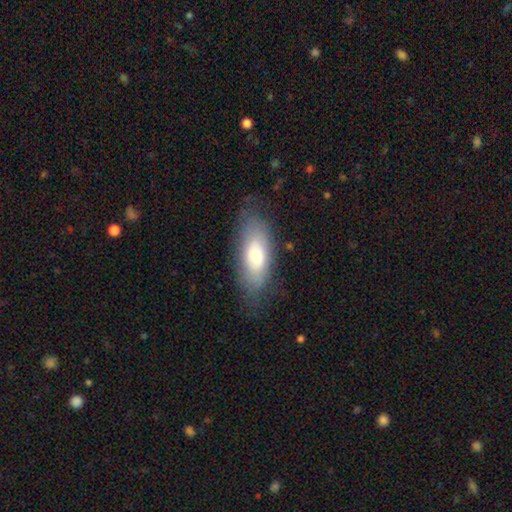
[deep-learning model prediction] smooth_or_featured: smooth (p=0.63) [alt: featured or disk p=0.30]
how_rounded: in between (p=0.79) [alt: cigar-shaped p=0.19]
merging: none (p=0.72) [alt: minor disturbance p=0.20]